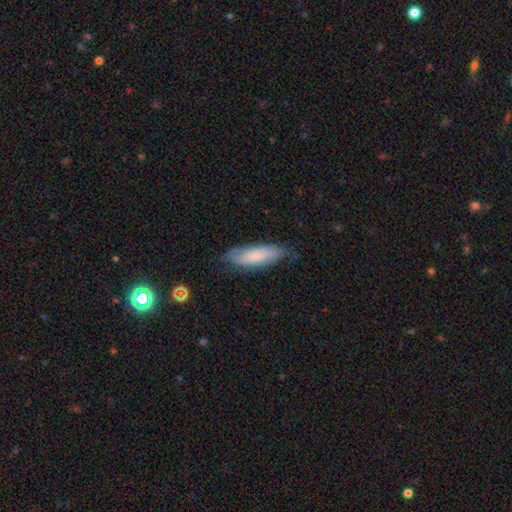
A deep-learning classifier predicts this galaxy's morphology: smooth-or-featured: smooth: 67% | featured or disk: 26% | star or artifact: 7%
  how-rounded: in between: 51% | cigar-shaped: 47% | round: 2%
  merging: none: 68% | minor disturbance: 25% | major disturbance: 5% | merger: 1%